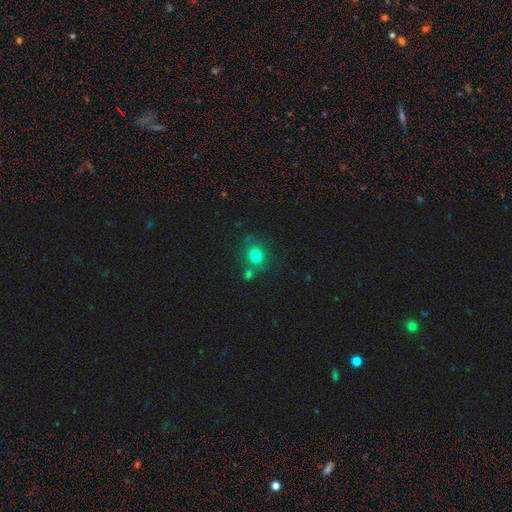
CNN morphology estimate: Smooth or featured? smooth (78%)
How rounded? round (81%)
Merging? none (71%)